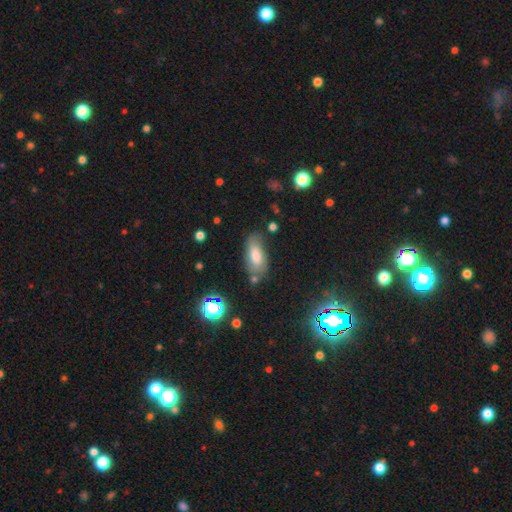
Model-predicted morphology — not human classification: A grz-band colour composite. It shows a smooth galaxy with no disk features (68%) that is in between round and cigar-shaped (84%). Merging: none (69%).